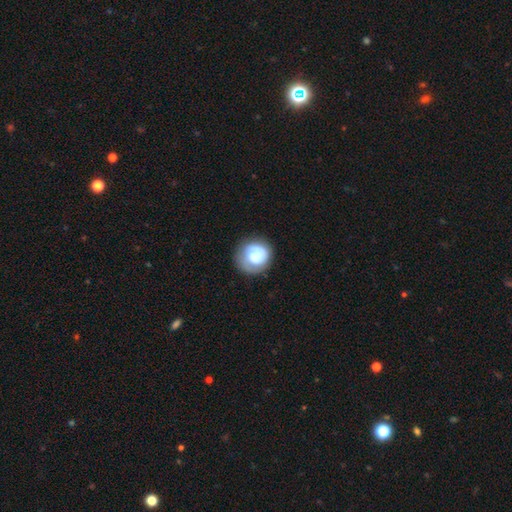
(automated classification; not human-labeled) A smooth galaxy with no disk features (60%) that is round (87%). Merging: none (72%).